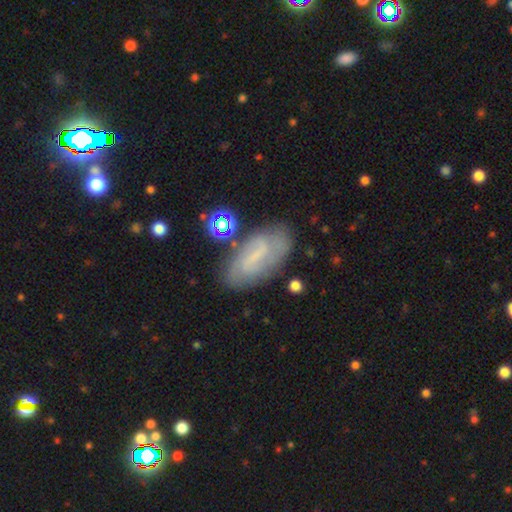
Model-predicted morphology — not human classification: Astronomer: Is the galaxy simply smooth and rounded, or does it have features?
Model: featured or disk — 59%.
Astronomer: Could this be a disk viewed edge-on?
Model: no — 92%.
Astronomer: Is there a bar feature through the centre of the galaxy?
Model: weak — 47% (runner-up: strong, 30%).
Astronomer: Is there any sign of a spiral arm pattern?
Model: yes — 80%.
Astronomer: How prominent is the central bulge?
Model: none — 44% (runner-up: small, 42%).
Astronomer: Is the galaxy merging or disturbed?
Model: none — 71%.